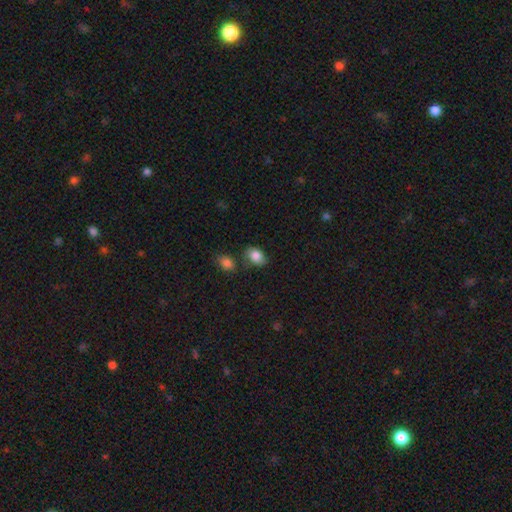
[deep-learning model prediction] A smooth galaxy with no disk features (85%) that is in between round and cigar-shaped (80%).

Vote fractions:
- Smooth or featured? smooth: 85% / star or artifact: 8% / featured or disk: 7%
- How rounded? in between: 80% / round: 19% / cigar-shaped: 1%
- Merging? none: 69% / minor disturbance: 18% / merger: 9% / major disturbance: 4%